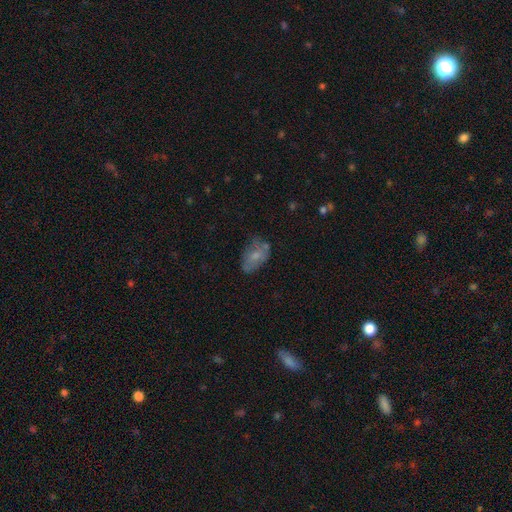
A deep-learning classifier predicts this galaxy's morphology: This appears to be a smooth galaxy with no disk features (61%) that is in between round and cigar-shaped (87%). Merging: none (49%).